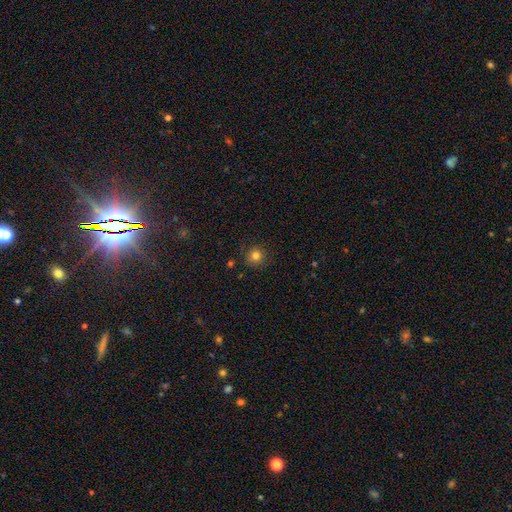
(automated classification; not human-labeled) Smooth or featured? Predicted: smooth (p=0.80). How rounded? Predicted: round (p=0.92). Merging? Predicted: none (p=0.86).